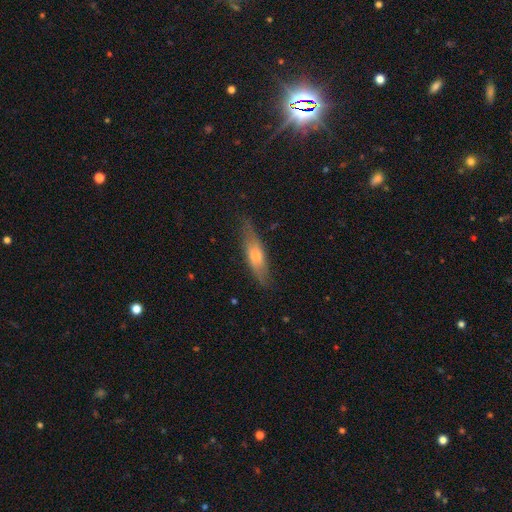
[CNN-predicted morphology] Overall: smooth (47%; featured or disk 46%). Merging: none (80%).